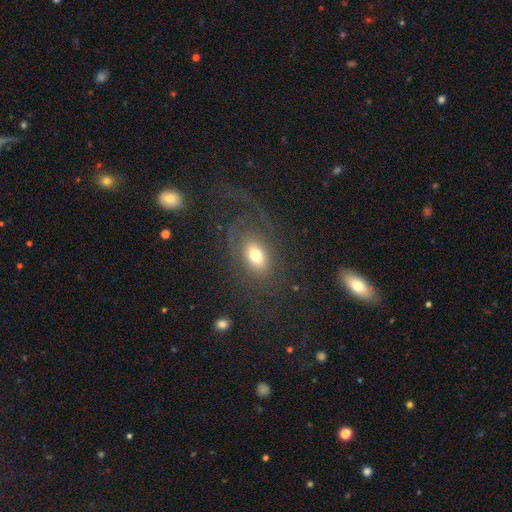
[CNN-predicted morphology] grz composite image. It shows a smooth galaxy with no disk features (48%). Merging: none (64%).